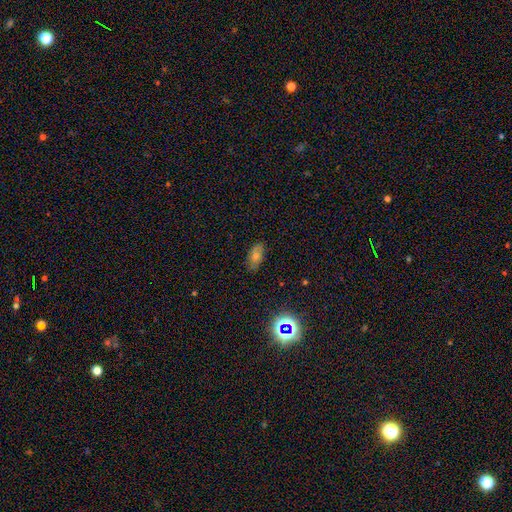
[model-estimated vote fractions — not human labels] The model was most divided on "smooth or featured": smooth: 54%, featured or disk: 24%, star or artifact: 22%. More confident: how rounded — in between (87%); merging — none (83%).